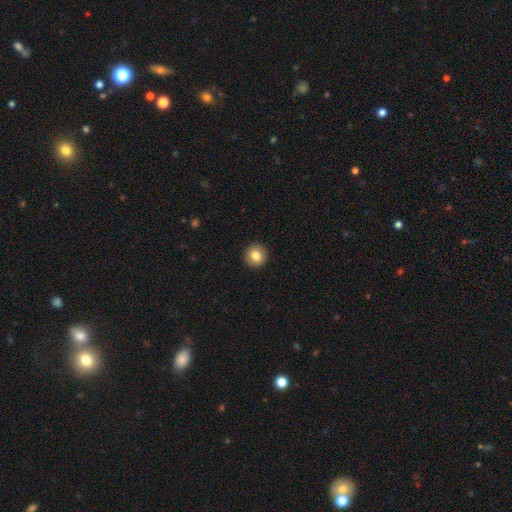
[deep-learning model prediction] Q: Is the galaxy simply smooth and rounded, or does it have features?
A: smooth — 83%.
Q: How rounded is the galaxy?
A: round — 92%.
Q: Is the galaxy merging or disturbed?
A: none — 93%.